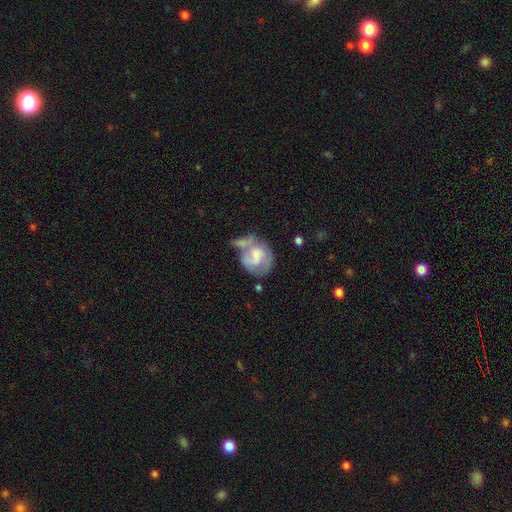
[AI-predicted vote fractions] Q: Smooth or featured?
A: featured or disk (55%); runner-up: smooth (38%)
Q: Edge-on disk?
A: no (97%); runner-up: yes (3%)
Q: Bar?
A: no (46%); runner-up: weak (42%)
Q: Spiral arms?
A: yes (68%); runner-up: no (32%)
Q: Bulge size?
A: moderate (35%); runner-up: small (34%)
Q: Merging?
A: none (30%); runner-up: merger (27%)